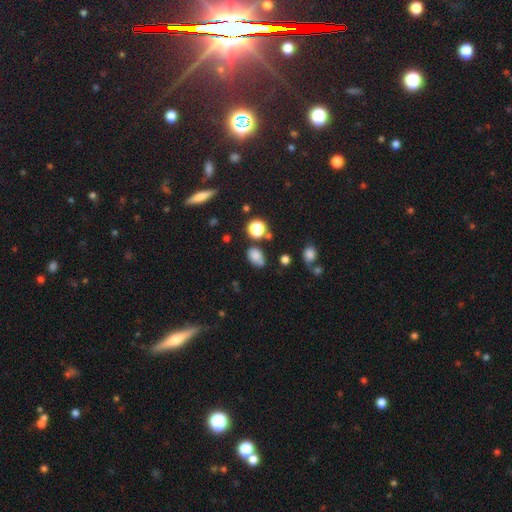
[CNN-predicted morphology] The model was most divided on "merging": none: 60%, minor disturbance: 25%, merger: 8%, major disturbance: 7%. More confident: how rounded — in between (80%); smooth or featured — smooth (78%).